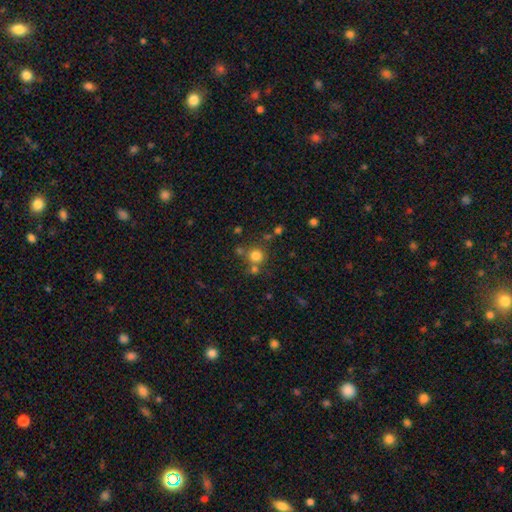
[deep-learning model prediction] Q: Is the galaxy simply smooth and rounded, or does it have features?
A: smooth — 76%.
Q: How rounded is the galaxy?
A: round — 91%.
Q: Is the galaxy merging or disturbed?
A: none — 66%.